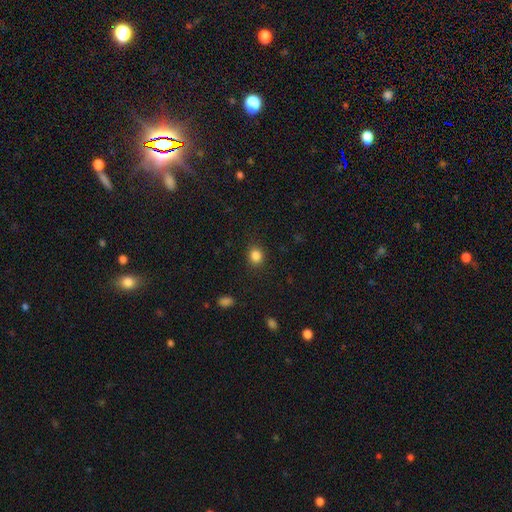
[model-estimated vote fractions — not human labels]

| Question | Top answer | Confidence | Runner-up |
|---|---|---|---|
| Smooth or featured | smooth | 85% | star or artifact (11%) |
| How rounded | round | 75% | in between (24%) |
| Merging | none | 88% | minor disturbance (8%) |